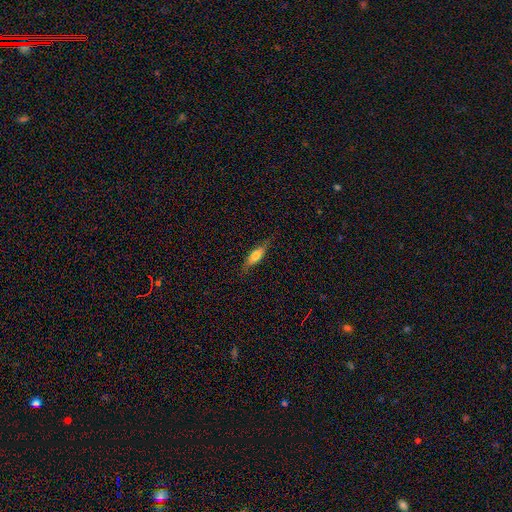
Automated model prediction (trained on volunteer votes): Overall: smooth (58%; featured or disk 35%). How rounded: cigar-shaped (50%; in between 47%). Merging: none (78%).